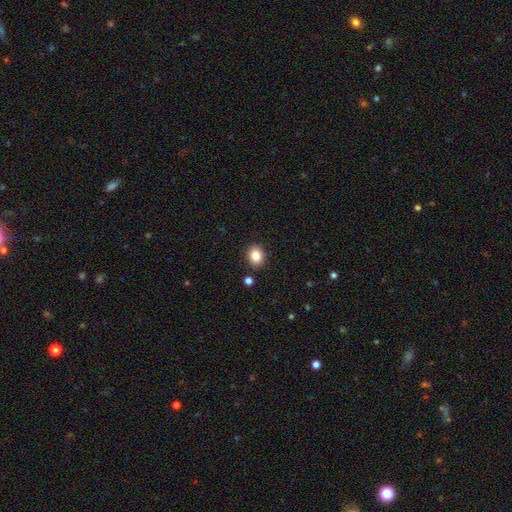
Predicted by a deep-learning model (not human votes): A smooth galaxy with no disk features (85%) that is round (62%).

Vote fractions:
- Smooth or featured? smooth: 85% / star or artifact: 10% / featured or disk: 5%
- How rounded? round: 62% / in between: 37% / cigar-shaped: 1%
- Merging? none: 88% / minor disturbance: 7% / merger: 3% / major disturbance: 2%